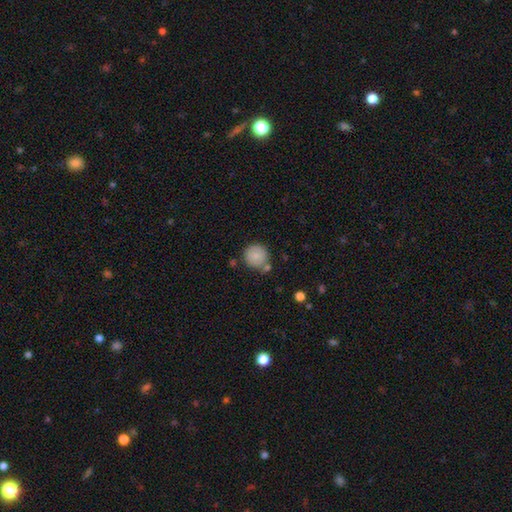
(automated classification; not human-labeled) Smooth or featured?
  - smooth: 84% *
  - featured or disk: 8%
  - star or artifact: 8%
How rounded?
  - round: 93% *
  - in between: 6%
  - cigar-shaped: 1%
Merging?
  - none: 72% *
  - minor disturbance: 13%
  - merger: 12%
  - major disturbance: 3%